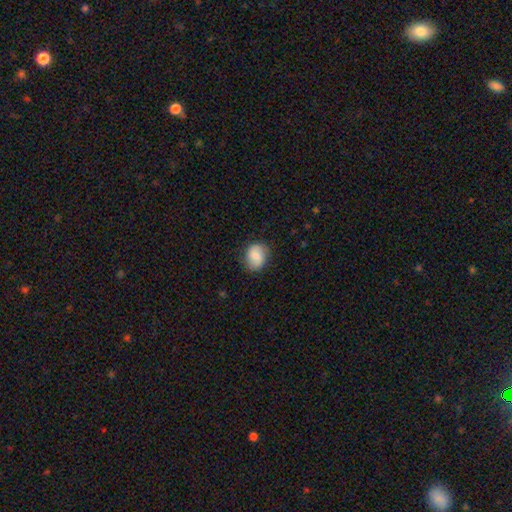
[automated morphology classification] A smooth galaxy with no disk features (72%) that is round (58%).

Vote fractions:
- Smooth or featured? smooth: 72% / featured or disk: 20% / star or artifact: 7%
- How rounded? round: 58% / in between: 41% / cigar-shaped: 1%
- Merging? none: 80% / minor disturbance: 15% / major disturbance: 4% / merger: 1%